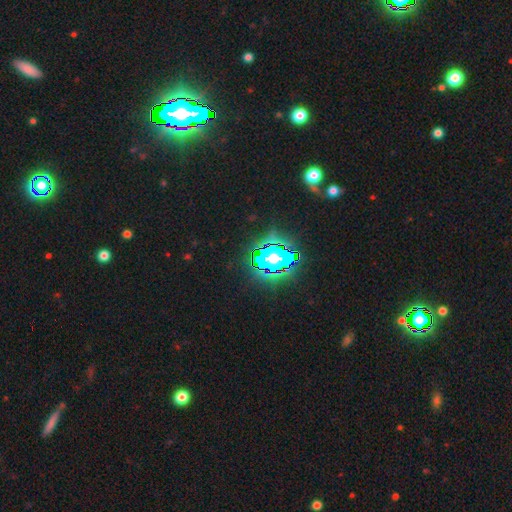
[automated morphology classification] Smooth or featured: star or artifact — 84% (smooth — 10%)